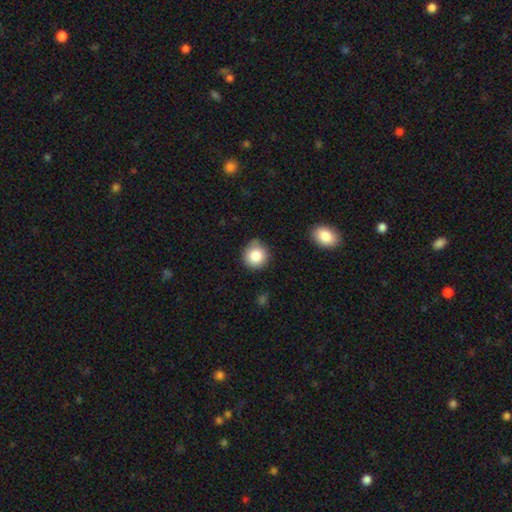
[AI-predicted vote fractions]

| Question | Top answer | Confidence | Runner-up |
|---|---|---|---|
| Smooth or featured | smooth | 84% | star or artifact (9%) |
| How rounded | round | 92% | in between (7%) |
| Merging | none | 79% | minor disturbance (16%) |